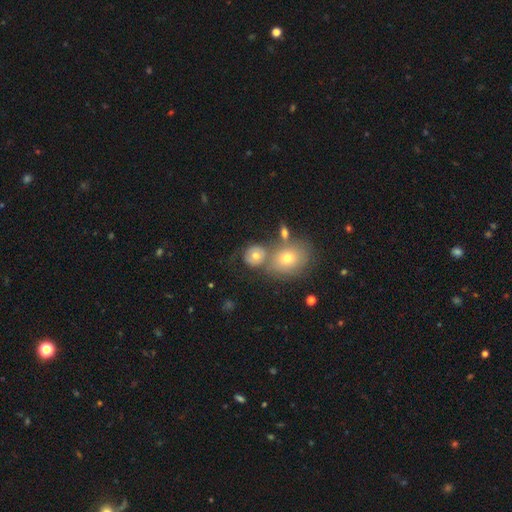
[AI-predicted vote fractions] smooth-or-featured: smooth: 64% | featured or disk: 25% | star or artifact: 11%
  how-rounded: round: 72% | in between: 26% | cigar-shaped: 1%
  merging: none: 48% | merger: 30% | minor disturbance: 14% | major disturbance: 8%